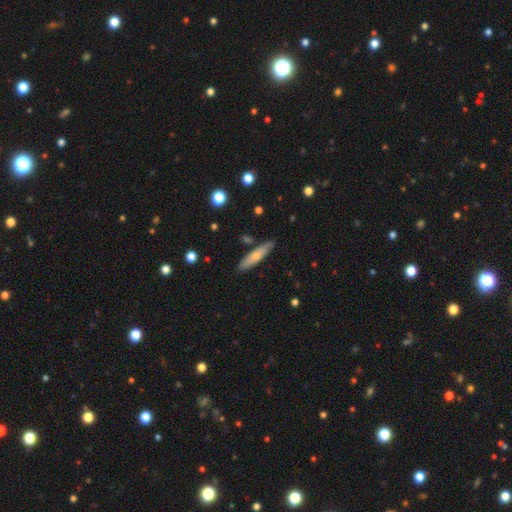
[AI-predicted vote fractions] smooth 63%, featured or disk 31%, star or artifact 6%. Down the decision tree: how rounded — cigar-shaped (80%); merging — none (83%).